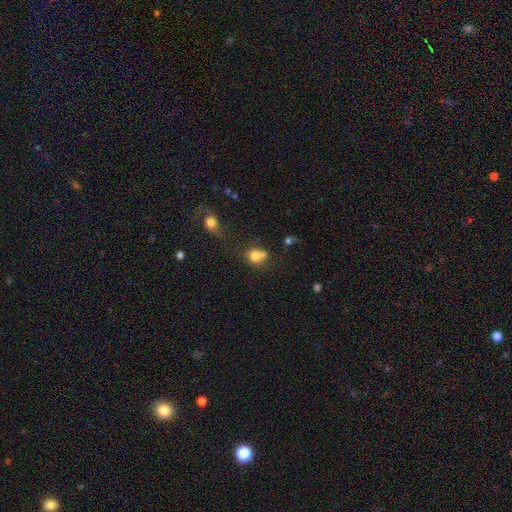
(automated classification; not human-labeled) This is likely a smooth galaxy (74%). How rounded: possibly round (52%). Merging: marginally none (35%, tied with merger).